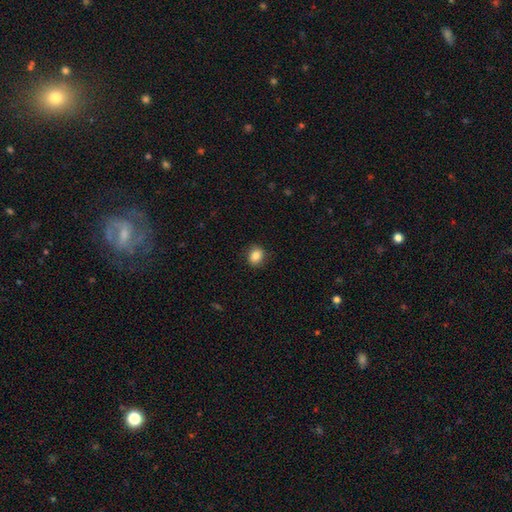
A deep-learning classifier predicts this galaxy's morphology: Smooth or featured: smooth — 85% (star or artifact — 9%)
How rounded: round — 56% (in between — 43%)
Merging: none — 87% (minor disturbance — 10%)